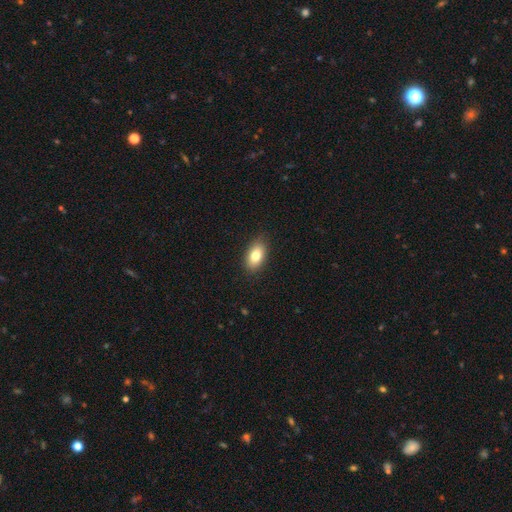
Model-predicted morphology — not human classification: This is clearly a smooth galaxy (82%). How rounded: clearly in between (91%). Merging: clearly none (86%).